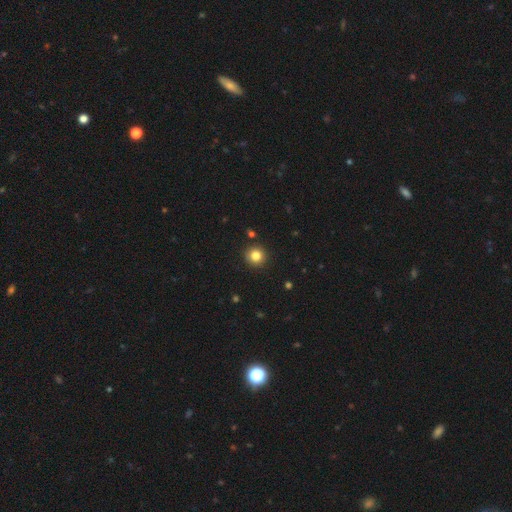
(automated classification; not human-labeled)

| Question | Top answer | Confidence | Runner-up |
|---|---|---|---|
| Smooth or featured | smooth | 82% | star or artifact (12%) |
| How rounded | round | 94% | in between (5%) |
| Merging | none | 91% | minor disturbance (5%) |